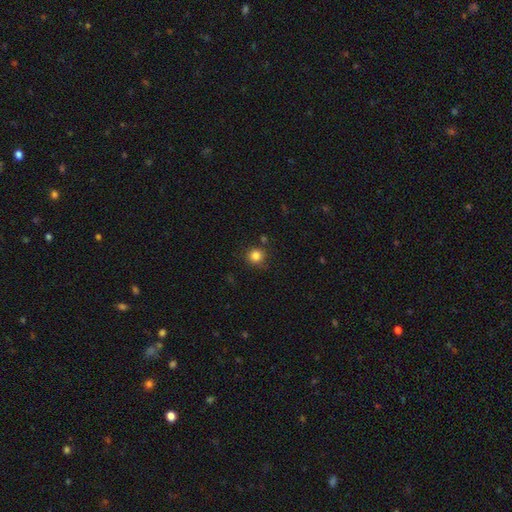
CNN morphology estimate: Smooth or featured? smooth (83%)
How rounded? round (93%)
Merging? none (82%)